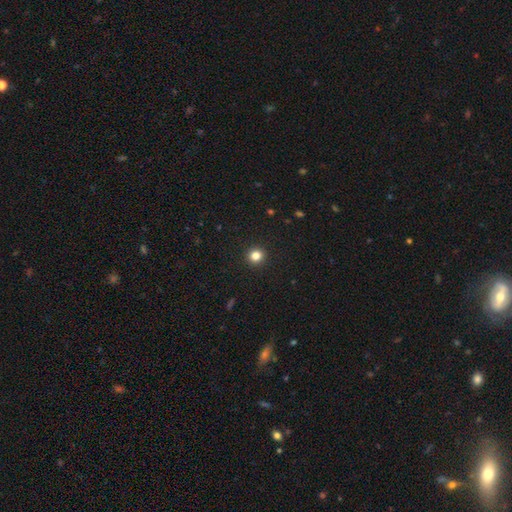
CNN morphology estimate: smooth_or_featured: smooth (p=0.82) [alt: star or artifact p=0.13]
how_rounded: round (p=0.93) [alt: in between p=0.06]
merging: none (p=0.93) [alt: minor disturbance p=0.04]